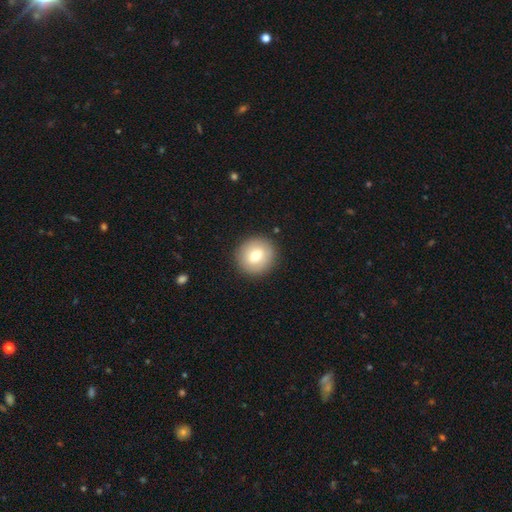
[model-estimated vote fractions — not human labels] Smooth or featured? Predicted: smooth (p=0.73). How rounded? Predicted: round (p=0.91). Merging? Predicted: none (p=0.90).